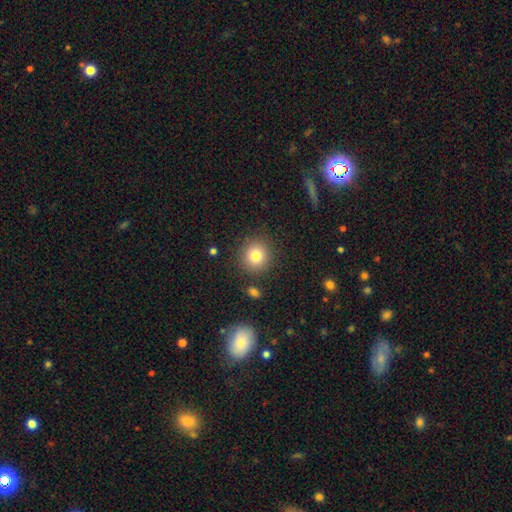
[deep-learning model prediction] Q: Smooth or featured?
A: smooth (80%); runner-up: star or artifact (11%)
Q: How rounded?
A: round (91%); runner-up: in between (8%)
Q: Merging?
A: none (88%); runner-up: minor disturbance (7%)